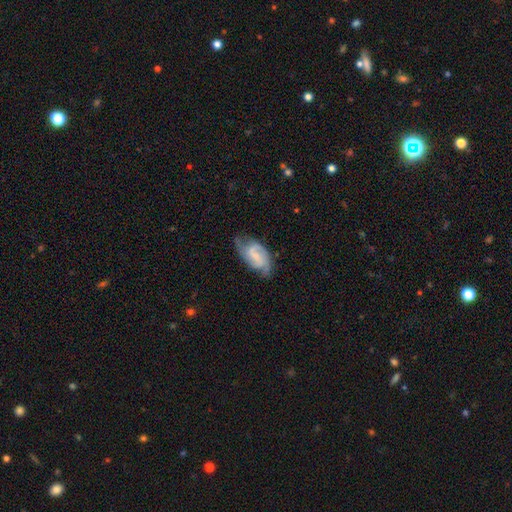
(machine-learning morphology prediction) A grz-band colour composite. It shows a featured or disk galaxy (74%) with a weak bar (51%), 2 (72%) medium (49%) spiral arms (94%) and a small central bulge (48%). Merging: none (60%).